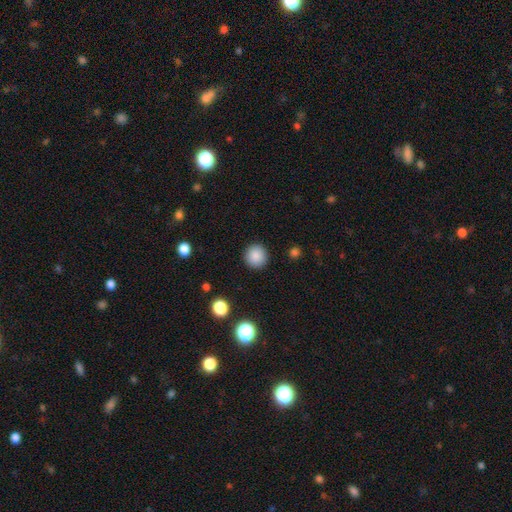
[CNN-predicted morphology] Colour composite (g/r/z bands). It shows a smooth galaxy with no disk features (87%) that is round (94%). Merging: none (92%).